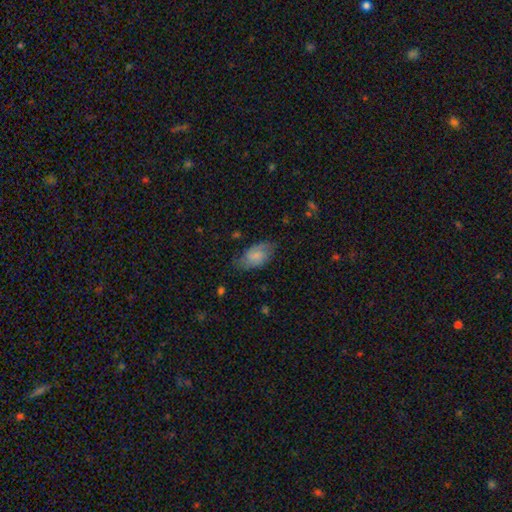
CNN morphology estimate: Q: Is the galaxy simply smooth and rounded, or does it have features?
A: smooth — 64%.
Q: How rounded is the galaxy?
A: in between — 92%.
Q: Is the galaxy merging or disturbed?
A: none — 65%.